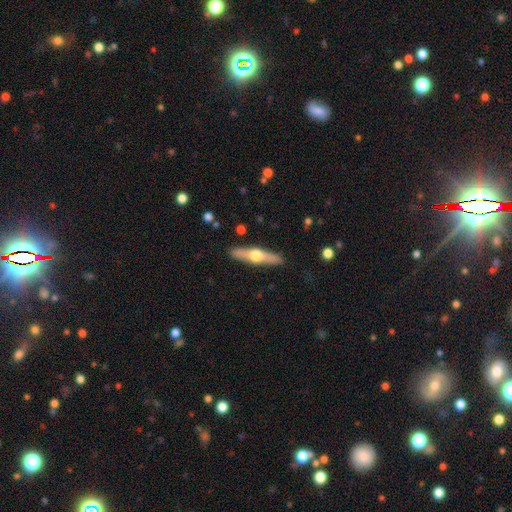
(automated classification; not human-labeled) A featured or disk galaxy (57%) viewed edge-on (93%) with a rounded central bulge (95%). Merging: none (89%).